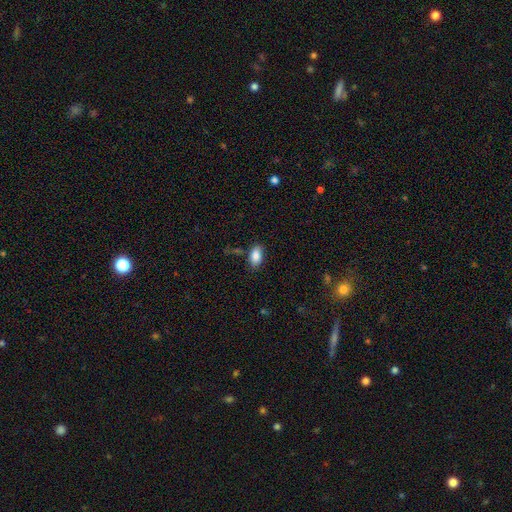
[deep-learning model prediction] Smooth or featured?
  - smooth: 86% *
  - star or artifact: 8%
  - featured or disk: 6%
How rounded?
  - in between: 92% *
  - round: 6%
  - cigar-shaped: 3%
Merging?
  - none: 78% *
  - minor disturbance: 15%
  - major disturbance: 4%
  - merger: 3%